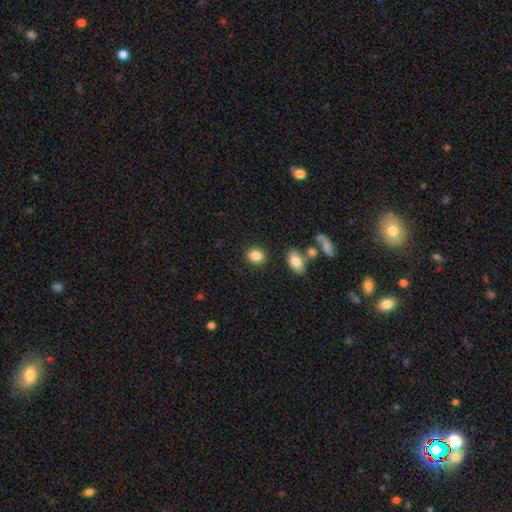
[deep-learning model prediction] Overall: smooth (86%). How rounded: round (50%; in between 48%). Merging: none (85%).